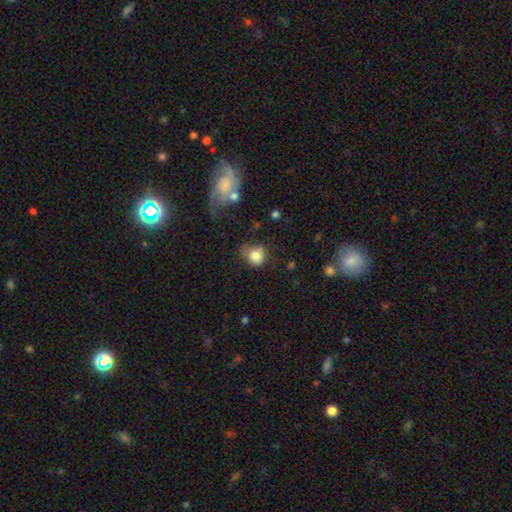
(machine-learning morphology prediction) This is clearly a smooth galaxy (80%). How rounded: possibly round (58%). Merging: marginally none (44%).